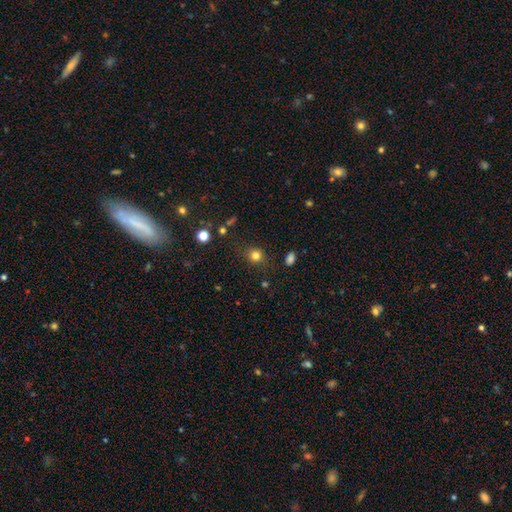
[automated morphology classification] Smooth or featured: smooth — 80% (star or artifact — 14%)
How rounded: round — 78% (in between — 21%)
Merging: none — 80% (minor disturbance — 14%)